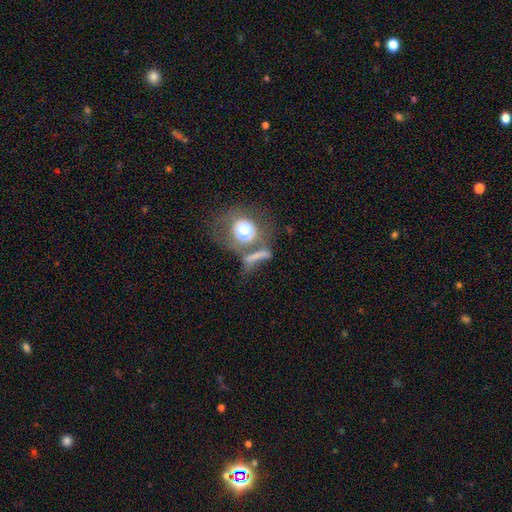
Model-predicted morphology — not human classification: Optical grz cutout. It shows a smooth galaxy with no disk features (46%). Merging: none (40%).